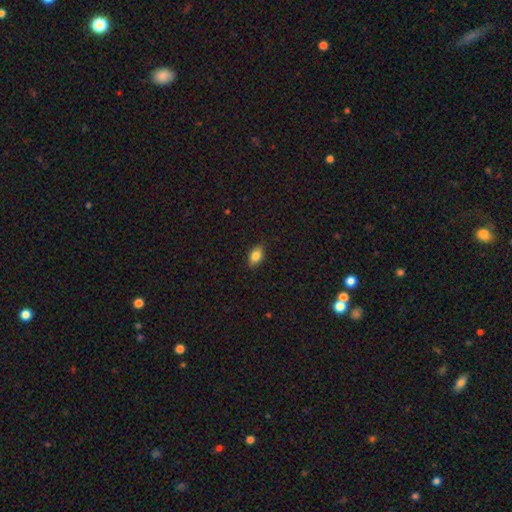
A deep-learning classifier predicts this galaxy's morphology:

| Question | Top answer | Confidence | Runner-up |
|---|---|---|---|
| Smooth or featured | smooth | 83% | star or artifact (9%) |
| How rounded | in between | 85% | round (12%) |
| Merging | none | 86% | minor disturbance (11%) |